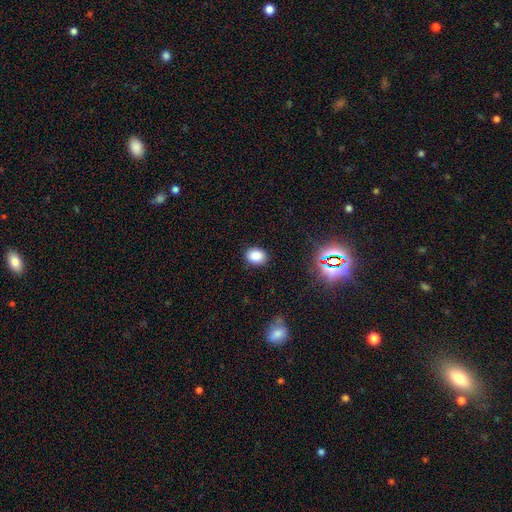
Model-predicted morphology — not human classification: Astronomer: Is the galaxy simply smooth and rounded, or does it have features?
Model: smooth — 83%.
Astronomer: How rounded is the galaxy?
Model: in between — 60% (runner-up: round, 39%).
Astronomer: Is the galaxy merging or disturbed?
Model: none — 88%.